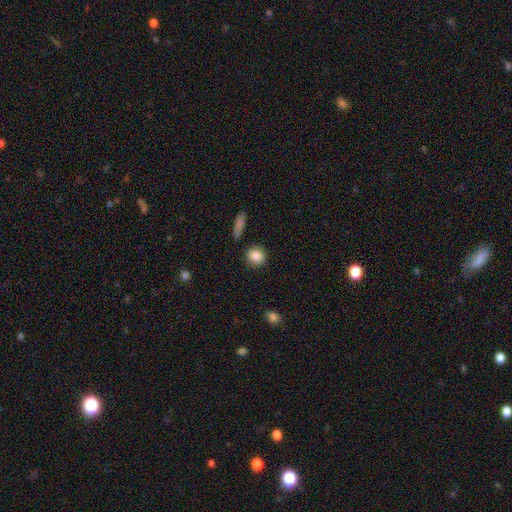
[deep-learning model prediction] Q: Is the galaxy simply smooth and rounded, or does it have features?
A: smooth — 86%.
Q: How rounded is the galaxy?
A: round — 76%.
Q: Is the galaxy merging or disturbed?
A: none — 84%.